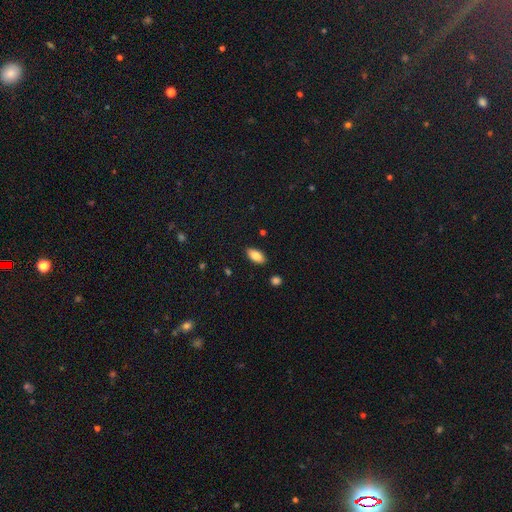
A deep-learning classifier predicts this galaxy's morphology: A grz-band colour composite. It shows a smooth galaxy with no disk features (83%) that is in between round and cigar-shaped (91%). Merging: none (87%).